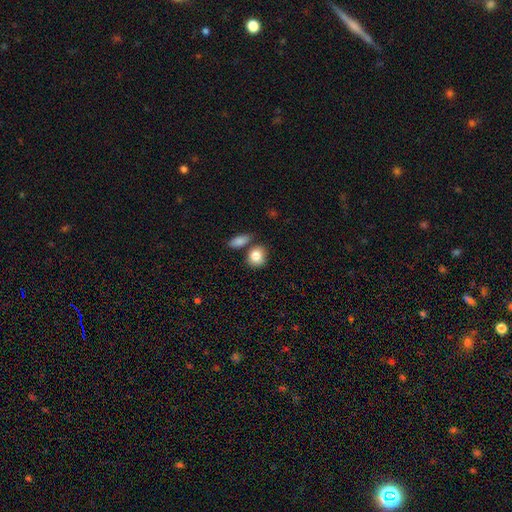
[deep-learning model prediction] The model was most divided on "how rounded": round: 56%, in between: 42%, cigar-shaped: 2%. More confident: smooth or featured — smooth (84%); merging — none (63%).